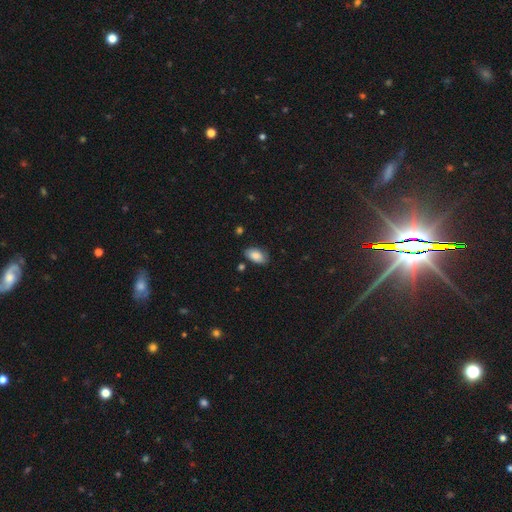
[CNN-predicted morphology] Q: Smooth or featured?
A: smooth (81%); runner-up: featured or disk (11%)
Q: How rounded?
A: in between (94%); runner-up: round (4%)
Q: Merging?
A: none (74%); runner-up: minor disturbance (19%)